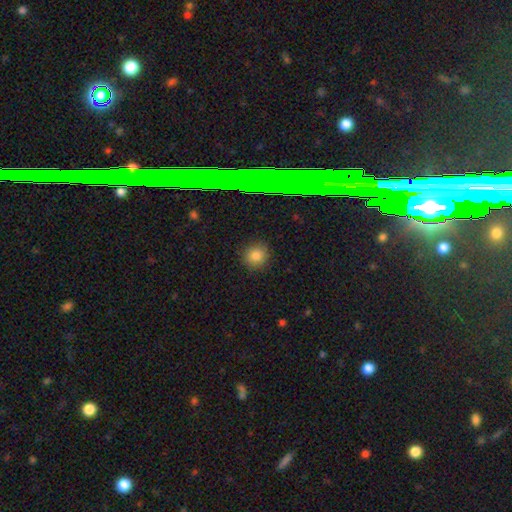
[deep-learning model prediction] Q: Smooth or featured?
A: smooth (81%); runner-up: star or artifact (14%)
Q: How rounded?
A: round (90%); runner-up: in between (9%)
Q: Merging?
A: none (89%); runner-up: minor disturbance (7%)